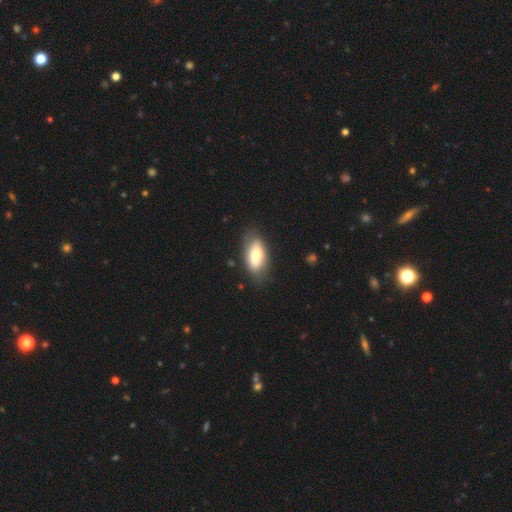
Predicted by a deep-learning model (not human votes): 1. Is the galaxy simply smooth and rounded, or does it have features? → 76% smooth, 18% featured or disk, 6% star or artifact.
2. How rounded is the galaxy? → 89% in between, 8% cigar-shaped, 3% round.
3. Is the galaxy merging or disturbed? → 76% none, 17% minor disturbance, 5% major disturbance, 2% merger.